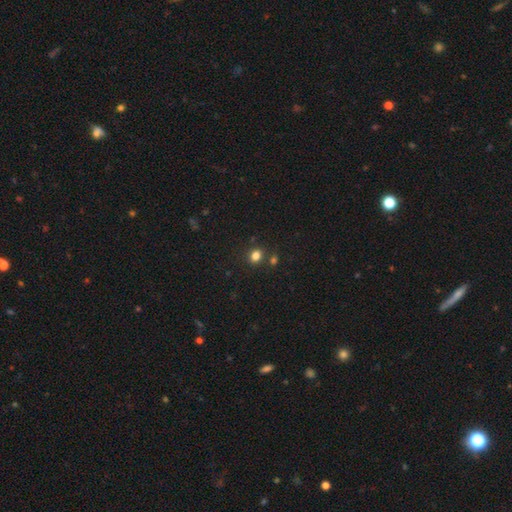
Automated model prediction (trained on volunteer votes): This is clearly a smooth galaxy (80%). How rounded: likely round (62%). Merging: likely none (77%).